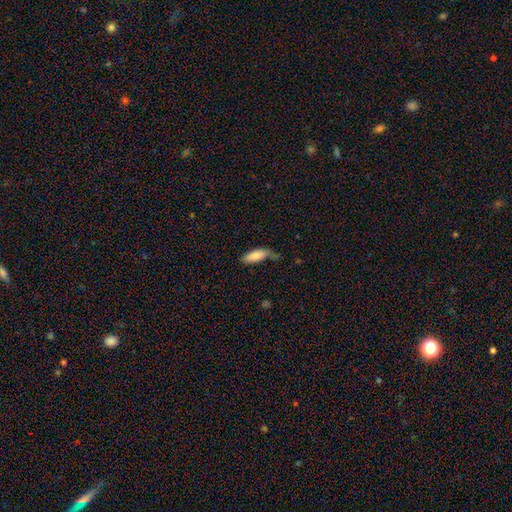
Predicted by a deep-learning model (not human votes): A smooth galaxy with no disk features (81%) that is in between round and cigar-shaped (70%). Merging: none (48%).